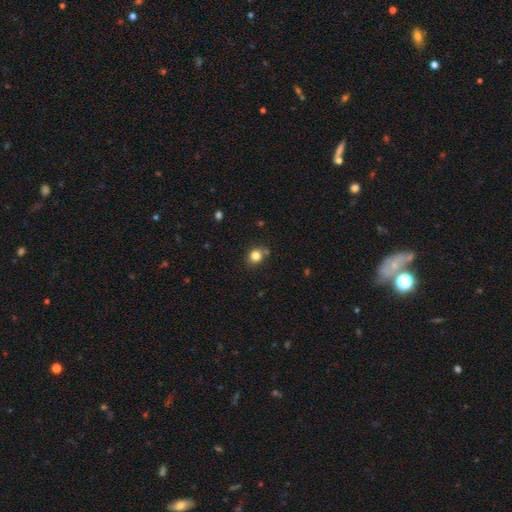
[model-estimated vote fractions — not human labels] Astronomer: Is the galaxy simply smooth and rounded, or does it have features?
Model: smooth — 83%.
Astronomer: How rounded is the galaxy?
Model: round — 70%.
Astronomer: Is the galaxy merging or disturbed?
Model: none — 72%.